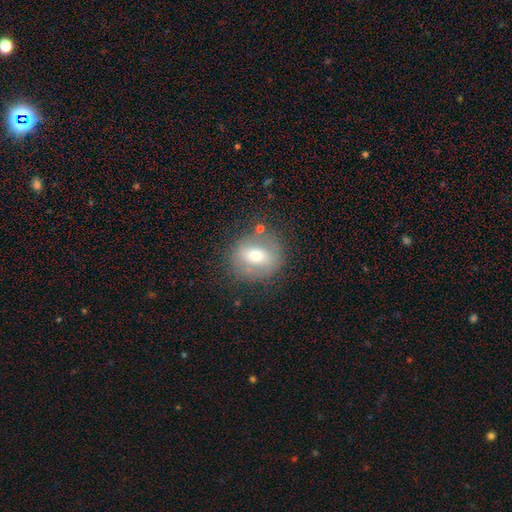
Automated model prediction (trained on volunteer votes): Overall: smooth (57%; featured or disk 34%). How rounded: round (70%). Merging: none (76%).